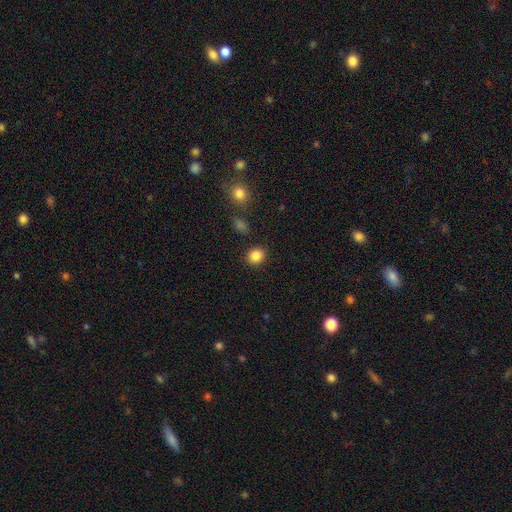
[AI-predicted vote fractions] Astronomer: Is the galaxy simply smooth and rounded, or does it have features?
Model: smooth — 86%.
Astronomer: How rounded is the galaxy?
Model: round — 79%.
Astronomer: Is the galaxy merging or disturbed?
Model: none — 89%.